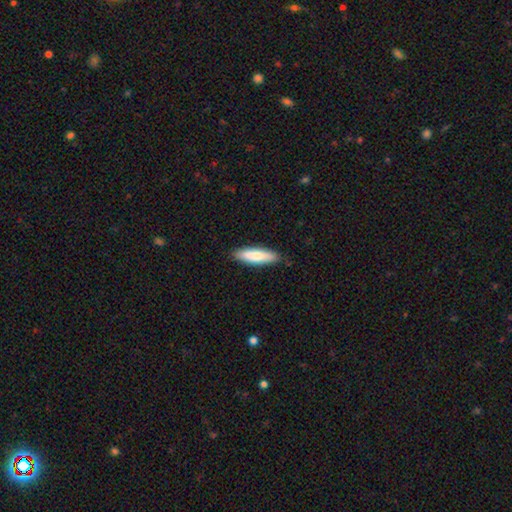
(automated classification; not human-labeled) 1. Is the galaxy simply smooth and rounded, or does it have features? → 78% smooth, 16% featured or disk, 5% star or artifact.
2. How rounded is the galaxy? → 64% cigar-shaped, 34% in between, 2% round.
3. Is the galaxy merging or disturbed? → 88% none, 9% minor disturbance, 2% major disturbance, 1% merger.